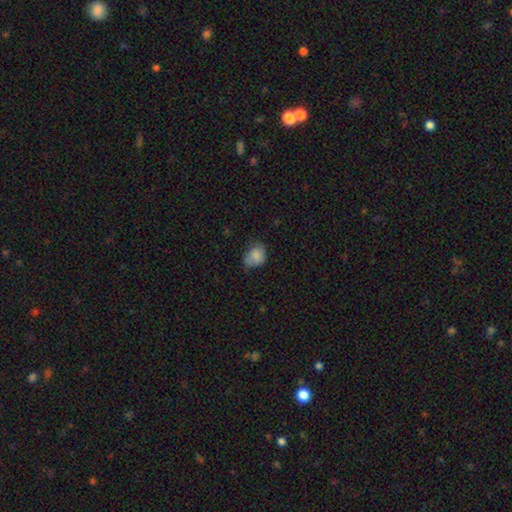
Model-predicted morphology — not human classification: A smooth galaxy with no disk features (83%) that is in between round and cigar-shaped (64%).

Vote fractions:
- Smooth or featured? smooth: 83% / star or artifact: 9% / featured or disk: 8%
- How rounded? in between: 64% / round: 35% / cigar-shaped: 1%
- Merging? none: 51% / minor disturbance: 38% / major disturbance: 9% / merger: 2%